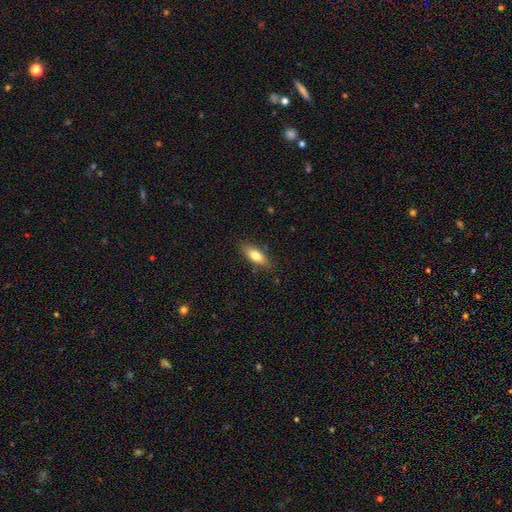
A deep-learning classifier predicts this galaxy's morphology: Overall: smooth (76%). How rounded: in between (71%). Merging: none (82%).